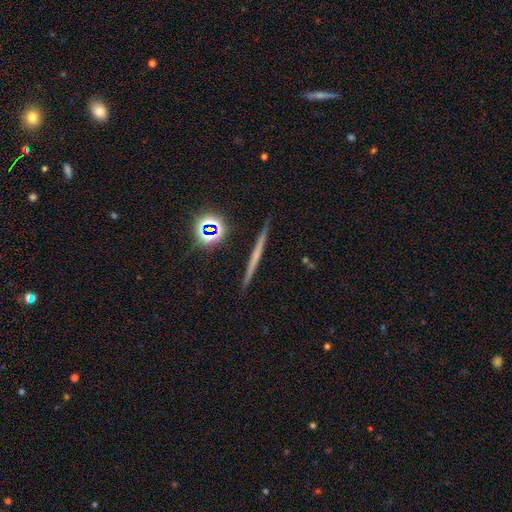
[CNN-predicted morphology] featured or disk 48%, smooth 35%, star or artifact 16%. Down the decision tree: merging — none (91%).